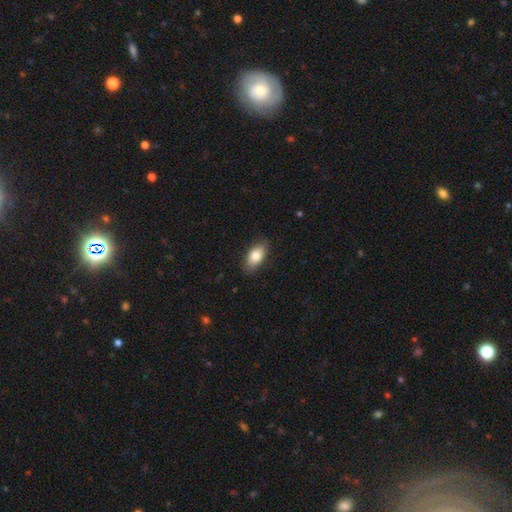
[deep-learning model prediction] smooth 82%, featured or disk 12%, star or artifact 6%. Down the decision tree: how rounded — in between (91%); merging — none (83%).